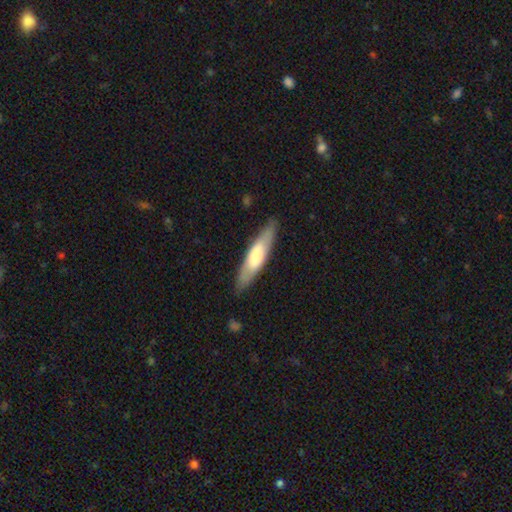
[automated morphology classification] Q: Smooth or featured?
A: smooth (56%); runner-up: featured or disk (39%)
Q: How rounded?
A: cigar-shaped (77%); runner-up: in between (22%)
Q: Merging?
A: none (86%); runner-up: minor disturbance (11%)